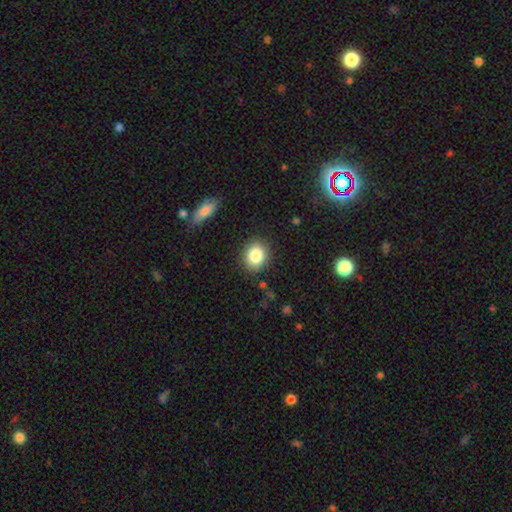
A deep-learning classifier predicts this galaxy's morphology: Smooth or featured? Predicted: smooth (p=0.86). How rounded? Predicted: round (p=0.65). Merging? Predicted: none (p=0.87).